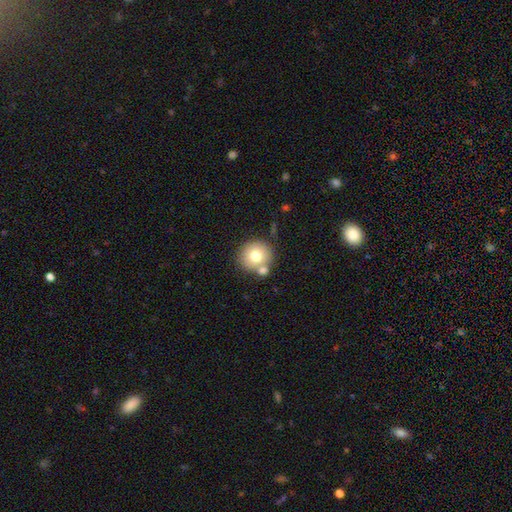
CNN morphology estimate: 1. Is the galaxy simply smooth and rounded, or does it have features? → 73% smooth, 16% featured or disk, 11% star or artifact.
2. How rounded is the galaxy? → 91% round, 8% in between, 1% cigar-shaped.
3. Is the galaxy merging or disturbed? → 68% none, 20% merger, 9% minor disturbance, 3% major disturbance.